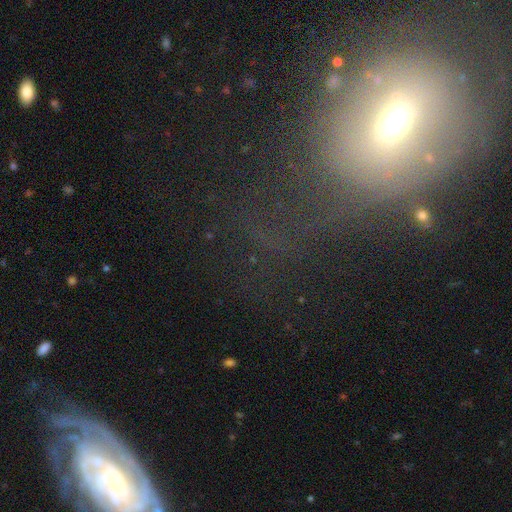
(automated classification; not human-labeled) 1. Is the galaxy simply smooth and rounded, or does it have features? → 36% featured or disk (tied), 36% smooth (tied), 28% star or artifact.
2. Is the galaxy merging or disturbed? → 52% none, 24% major disturbance, 17% minor disturbance, 7% merger.